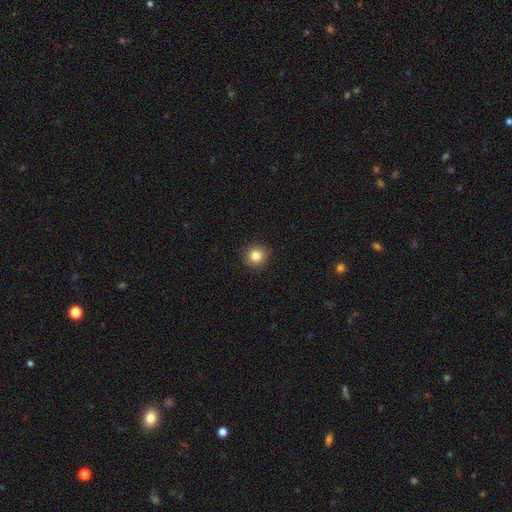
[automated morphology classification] smooth-or-featured: smooth: 84% | star or artifact: 11% | featured or disk: 5%
  how-rounded: round: 94% | in between: 5% | cigar-shaped: 1%
  merging: none: 92% | minor disturbance: 6% | major disturbance: 2% | merger: 1%